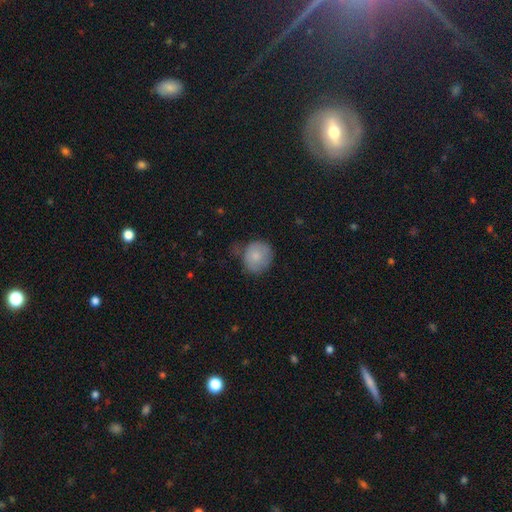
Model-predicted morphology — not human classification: This appears to be a smooth galaxy with no disk features (80%) that is round (83%). Merging: none (60%).